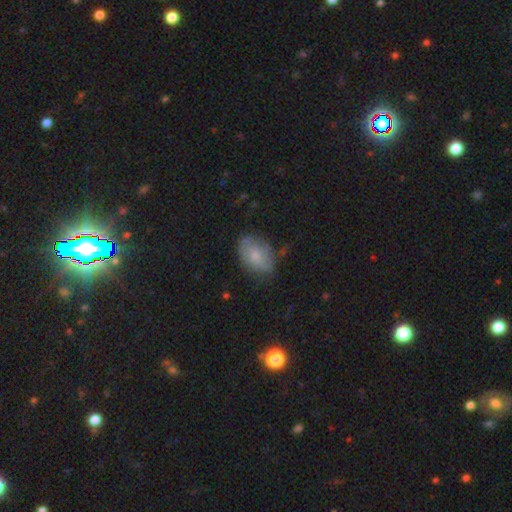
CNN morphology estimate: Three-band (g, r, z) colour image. It shows a smooth galaxy with no disk features (70%) that is in between round and cigar-shaped (86%). Merging: none (67%).